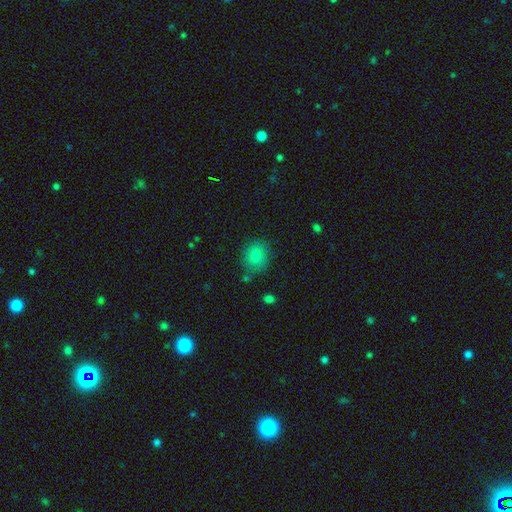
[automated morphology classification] The model was most divided on "how rounded": round: 71%, in between: 28%, cigar-shaped: 1%. More confident: smooth or featured — smooth (82%); merging — none (75%).